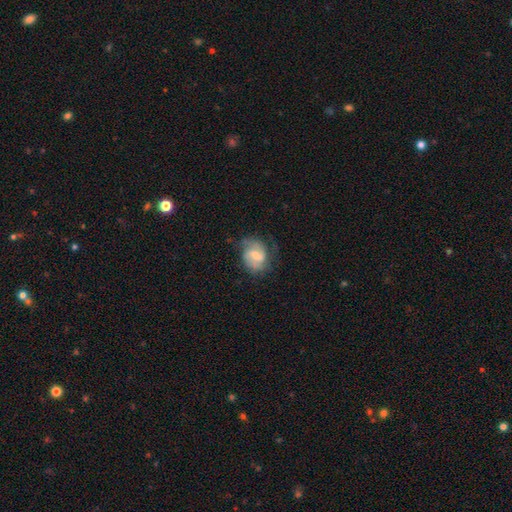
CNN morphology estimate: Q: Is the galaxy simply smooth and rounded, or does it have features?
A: featured or disk — 65%.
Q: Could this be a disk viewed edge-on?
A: no — 97%.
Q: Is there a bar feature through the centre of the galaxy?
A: weak — 57%.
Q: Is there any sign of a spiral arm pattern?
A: yes — 89%.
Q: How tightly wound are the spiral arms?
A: medium — 47%.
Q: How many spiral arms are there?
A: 2 — 69%.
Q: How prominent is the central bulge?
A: moderate — 45%.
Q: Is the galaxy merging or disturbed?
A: none — 60%.